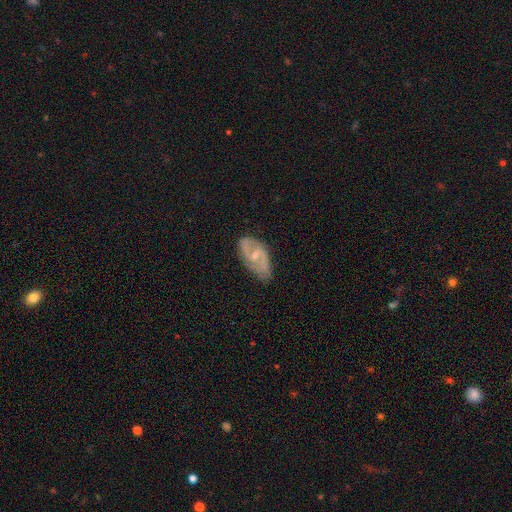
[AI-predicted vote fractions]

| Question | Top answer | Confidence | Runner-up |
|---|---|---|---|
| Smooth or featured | featured or disk | 75% | smooth (18%) |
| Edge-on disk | no | 95% | yes (5%) |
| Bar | weak | 49% | no (38%) |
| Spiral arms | yes | 89% | no (11%) |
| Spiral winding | medium | 47% | loose (28%) |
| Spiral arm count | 2 | 82% | can't tell (10%) |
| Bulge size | small | 59% | moderate (36%) |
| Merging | none | 72% | minor disturbance (22%) |